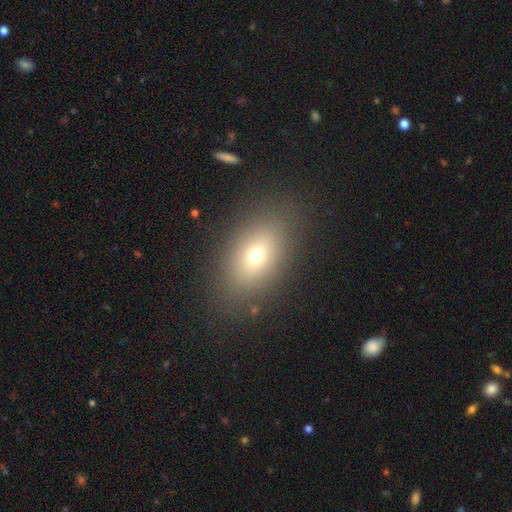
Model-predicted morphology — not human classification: A smooth galaxy with no disk features (69%) that is in between round and cigar-shaped (81%). Merging: none (85%).